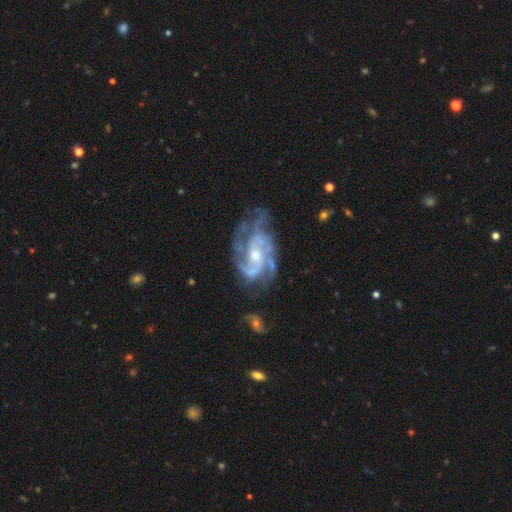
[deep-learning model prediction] Smooth or featured?
  - featured or disk: 91% *
  - star or artifact: 5%
  - smooth: 4%
Edge-on disk?
  - no: 97% *
  - yes: 3%
Bar?
  - no: 59% *
  - weak: 33%
  - strong: 9%
Spiral arms?
  - yes: 97% *
  - no: 3%
Spiral winding?
  - medium: 47% *
  - tight: 43%
  - loose: 11%
Spiral arm count?
  - 2: 39% *
  - 3: 29%
  - can't tell: 14%
  - 4: 8%
  - 1: 5%
  - more than 4: 5%
Bulge size?
  - small: 48% *
  - moderate: 47%
  - large: 2%
  - none: 2%
  - dominant: 1%
Merging?
  - none: 60% *
  - minor disturbance: 23%
  - major disturbance: 14%
  - merger: 3%